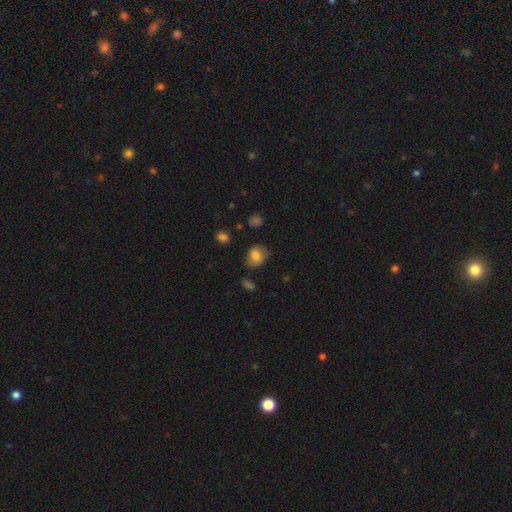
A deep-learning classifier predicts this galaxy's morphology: smooth 76%, featured or disk 14%, star or artifact 10%. Down the decision tree: how rounded — in between (52%); merging — none (66%).